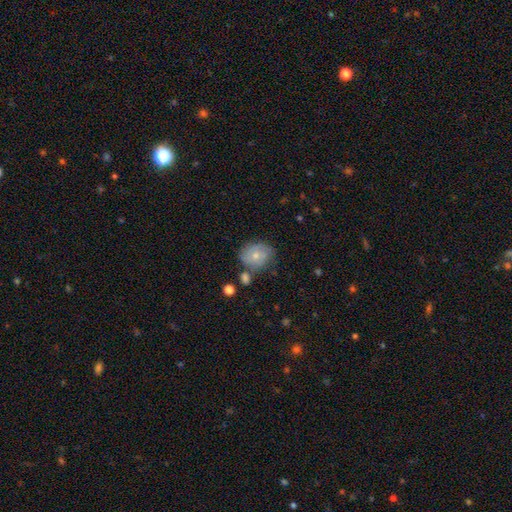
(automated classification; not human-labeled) A smooth galaxy with no disk features (51%) that is round (65%). Merging: none (60%).